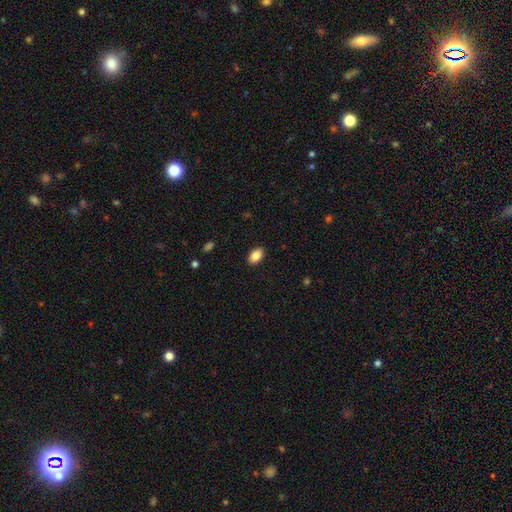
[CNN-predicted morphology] type=smooth (88%); roundness=in between (92%); merging=none (89%).